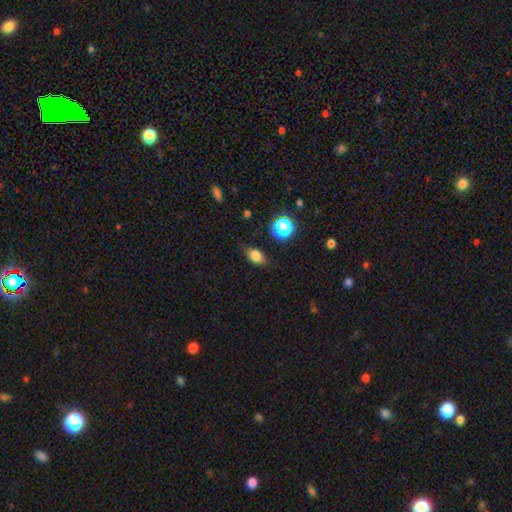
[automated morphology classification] Q: Smooth or featured?
A: smooth (79%); runner-up: star or artifact (12%)
Q: How rounded?
A: in between (75%); runner-up: round (21%)
Q: Merging?
A: none (72%); runner-up: minor disturbance (22%)